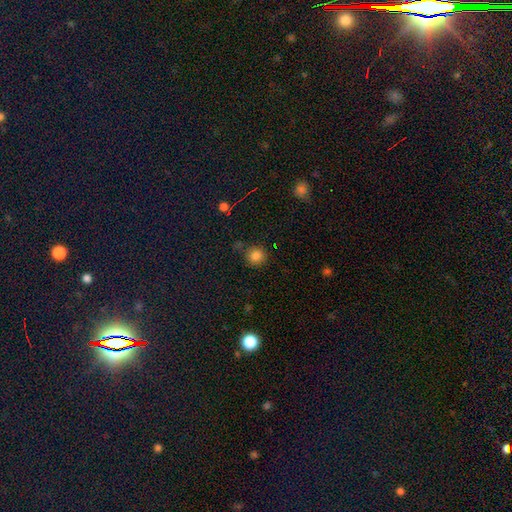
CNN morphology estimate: smooth 83%, star or artifact 12%, featured or disk 5%. Down the decision tree: how rounded — round (91%); merging — none (78%).